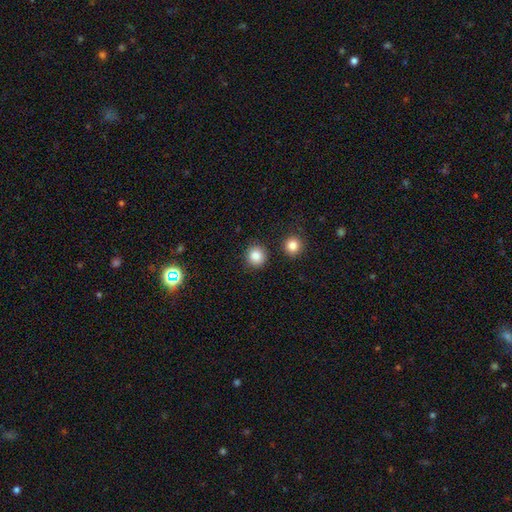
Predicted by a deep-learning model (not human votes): This appears to be a smooth galaxy with no disk features (86%) that is round (91%). Merging: none (88%).